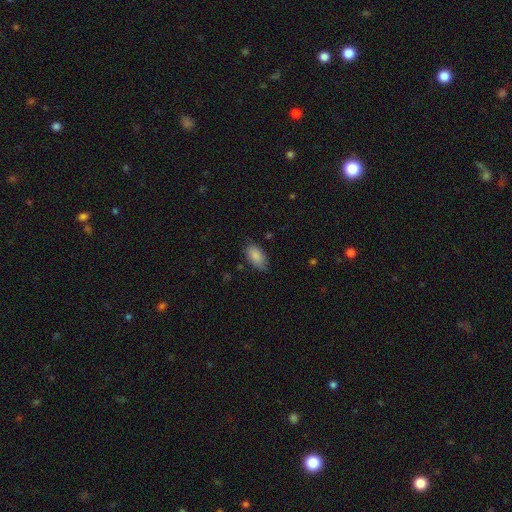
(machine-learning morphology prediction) A smooth galaxy with no disk features (86%) that is in between round and cigar-shaped (93%). Merging: none (74%).